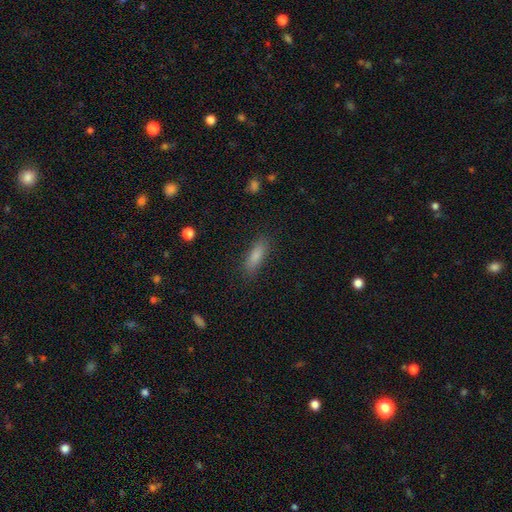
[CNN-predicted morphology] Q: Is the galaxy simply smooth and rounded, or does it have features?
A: smooth — 84%.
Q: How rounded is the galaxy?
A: in between — 54%.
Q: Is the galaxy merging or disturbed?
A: none — 84%.